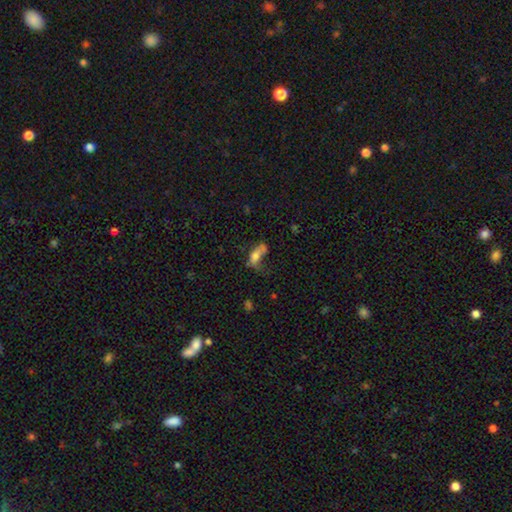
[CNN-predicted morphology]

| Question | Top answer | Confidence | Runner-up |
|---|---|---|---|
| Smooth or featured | smooth | 60% | featured or disk (27%) |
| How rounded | in between | 76% | cigar-shaped (16%) |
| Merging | major disturbance | 38% | none (23%) |